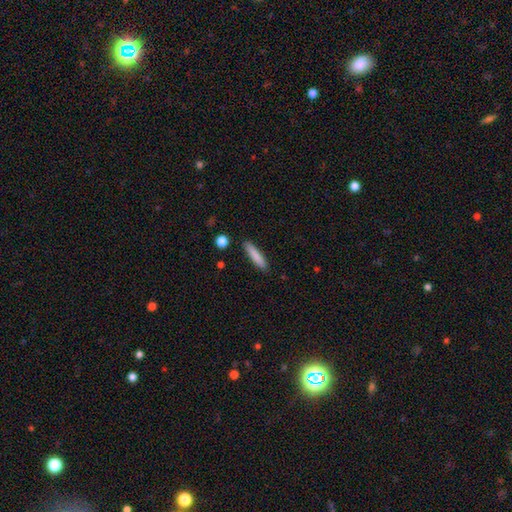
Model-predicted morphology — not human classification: Smooth or featured?
  - smooth: 83% *
  - featured or disk: 11%
  - star or artifact: 6%
How rounded?
  - cigar-shaped: 87% *
  - in between: 11%
  - round: 1%
Merging?
  - none: 88% *
  - minor disturbance: 8%
  - major disturbance: 2%
  - merger: 2%